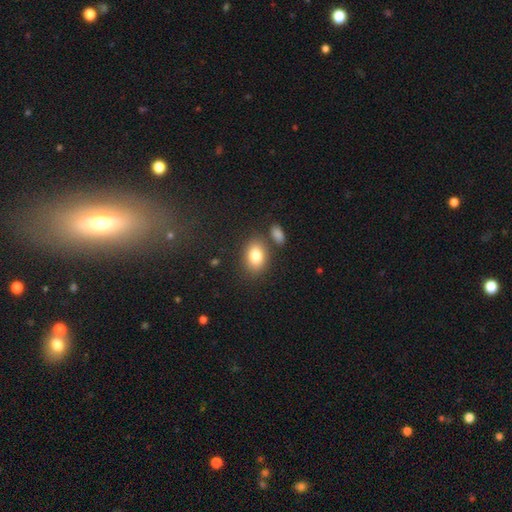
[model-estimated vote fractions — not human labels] Smooth or featured?
  - smooth: 82% *
  - featured or disk: 9%
  - star or artifact: 8%
How rounded?
  - in between: 80% *
  - round: 19%
  - cigar-shaped: 1%
Merging?
  - none: 75% *
  - minor disturbance: 12%
  - merger: 10%
  - major disturbance: 4%